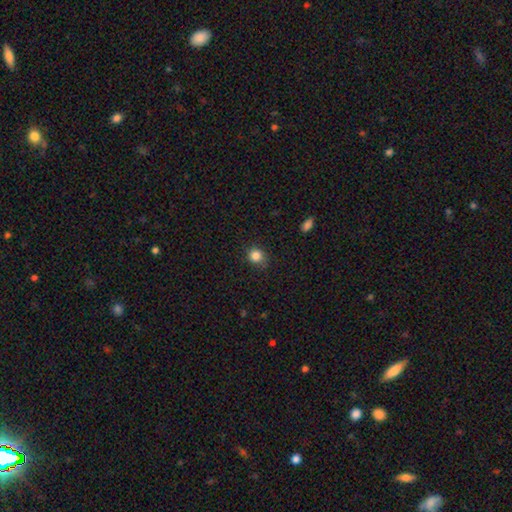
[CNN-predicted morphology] Smooth or featured? smooth (84%)
How rounded? round (87%)
Merging? none (81%)